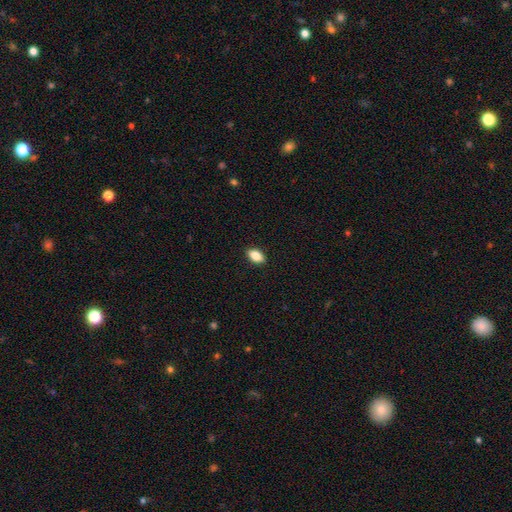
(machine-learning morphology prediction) Q: Smooth or featured?
A: smooth (85%); runner-up: star or artifact (8%)
Q: How rounded?
A: in between (89%); runner-up: round (7%)
Q: Merging?
A: none (90%); runner-up: minor disturbance (8%)